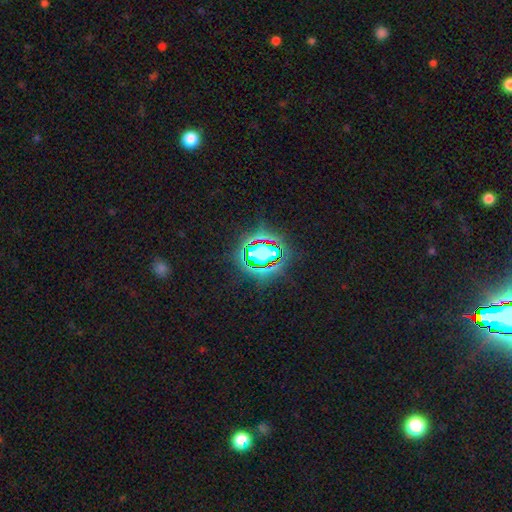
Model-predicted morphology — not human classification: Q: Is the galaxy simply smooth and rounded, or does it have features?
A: star or artifact — 78%.